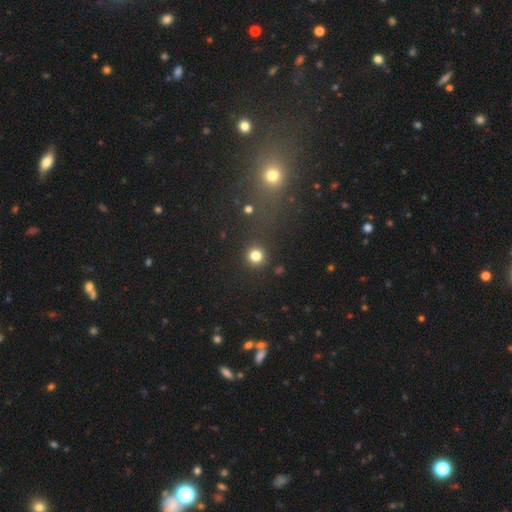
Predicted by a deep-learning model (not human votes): Q: Smooth or featured?
A: smooth (81%); runner-up: star or artifact (15%)
Q: How rounded?
A: round (94%); runner-up: in between (5%)
Q: Merging?
A: none (88%); runner-up: minor disturbance (6%)